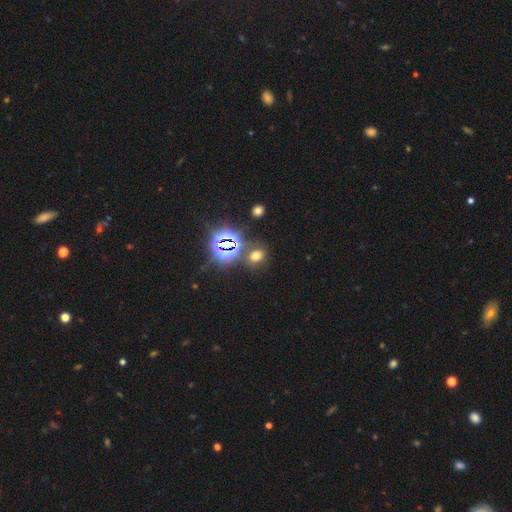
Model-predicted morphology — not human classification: Q: Smooth or featured?
A: smooth (53%); runner-up: star or artifact (39%)
Q: How rounded?
A: in between (56%); runner-up: round (42%)
Q: Merging?
A: none (77%); runner-up: minor disturbance (11%)